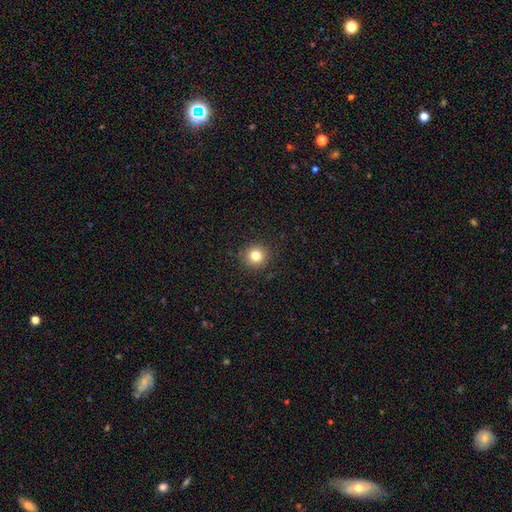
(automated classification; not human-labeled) This is clearly a smooth galaxy (81%). How rounded: clearly round (93%). Merging: clearly none (91%).